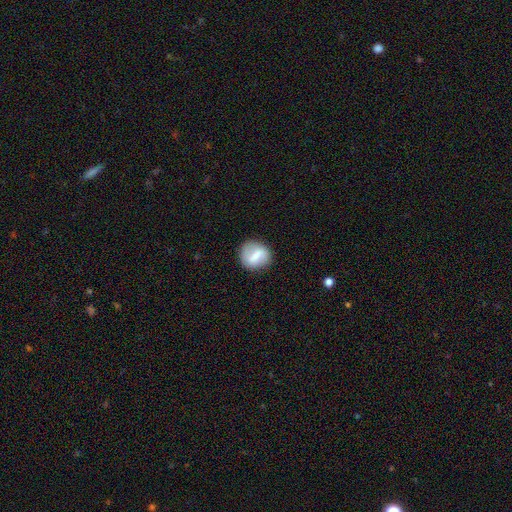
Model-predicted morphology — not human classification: smooth-or-featured: smooth: 58% | featured or disk: 34% | star or artifact: 7%
  how-rounded: round: 74% | in between: 24% | cigar-shaped: 2%
  merging: none: 81% | minor disturbance: 13% | major disturbance: 4% | merger: 2%